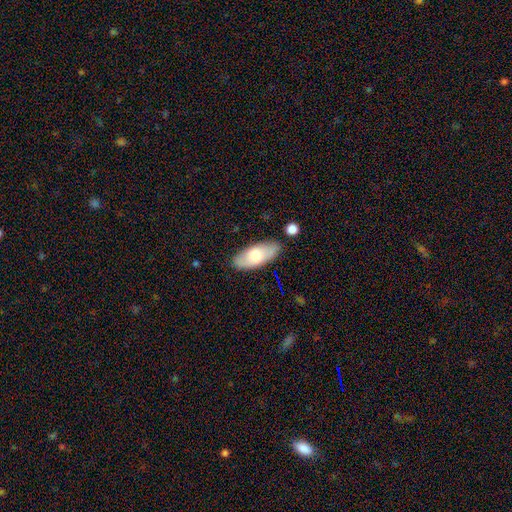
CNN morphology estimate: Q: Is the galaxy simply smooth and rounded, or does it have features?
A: smooth — 67%.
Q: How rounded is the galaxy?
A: in between — 86%.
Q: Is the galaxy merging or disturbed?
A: none — 82%.